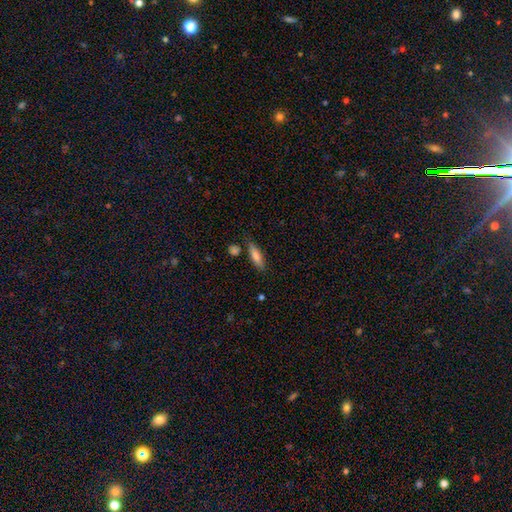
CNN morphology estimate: A smooth galaxy with no disk features (80%) that is cigar-shaped (63%). Merging: none (77%).